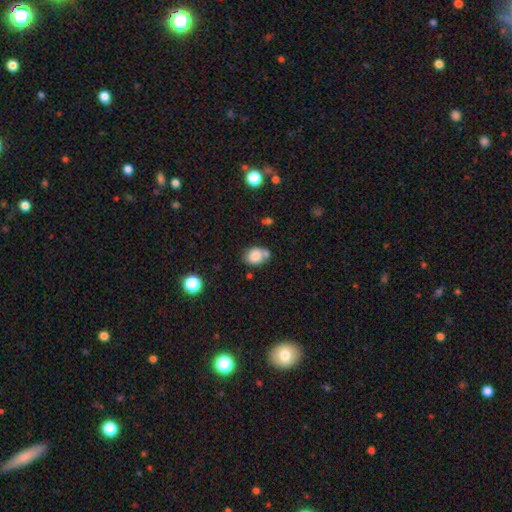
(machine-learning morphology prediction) A smooth galaxy with no disk features (80%) that is in between round and cigar-shaped (55%). Merging: none (53%).